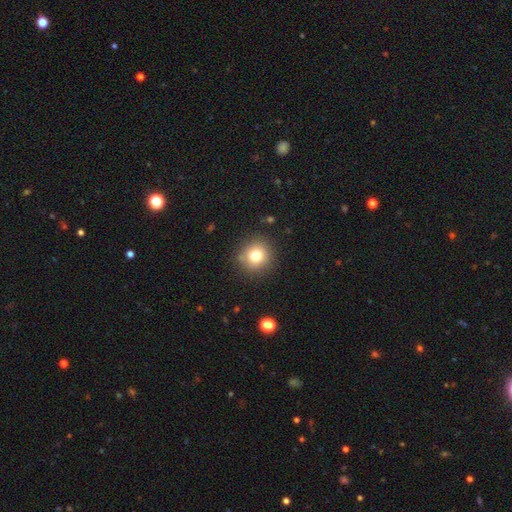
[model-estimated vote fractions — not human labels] Smooth or featured: smooth — 77% (star or artifact — 13%)
How rounded: round — 91% (in between — 8%)
Merging: none — 87% (minor disturbance — 8%)